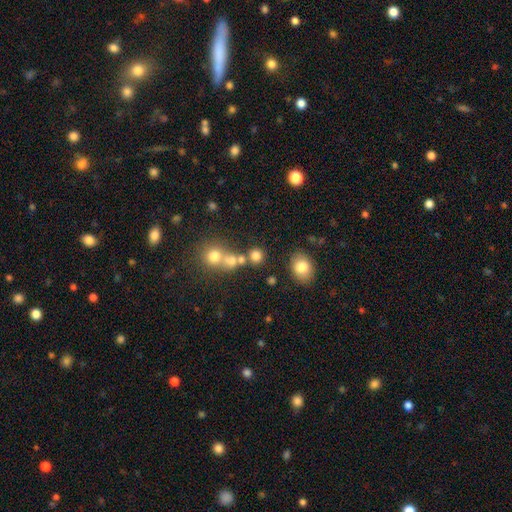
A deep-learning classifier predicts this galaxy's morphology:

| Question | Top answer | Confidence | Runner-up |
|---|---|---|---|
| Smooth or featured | smooth | 76% | star or artifact (15%) |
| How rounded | round | 87% | in between (12%) |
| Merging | none | 66% | merger (21%) |